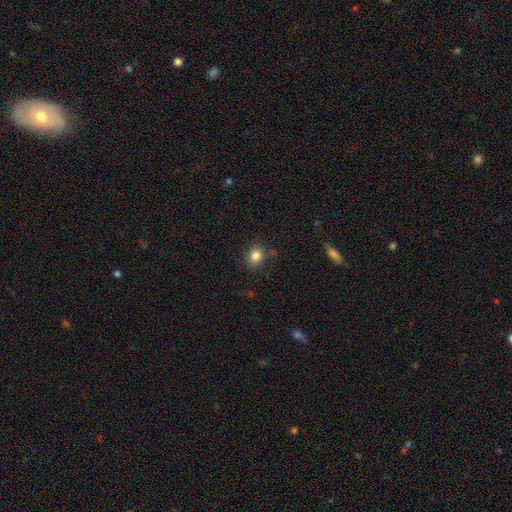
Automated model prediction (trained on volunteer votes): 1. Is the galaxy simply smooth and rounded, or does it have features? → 83% smooth, 11% star or artifact, 6% featured or disk.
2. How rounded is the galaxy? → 64% round, 35% in between, 1% cigar-shaped.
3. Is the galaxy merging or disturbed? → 82% none, 12% minor disturbance, 3% major disturbance, 2% merger.